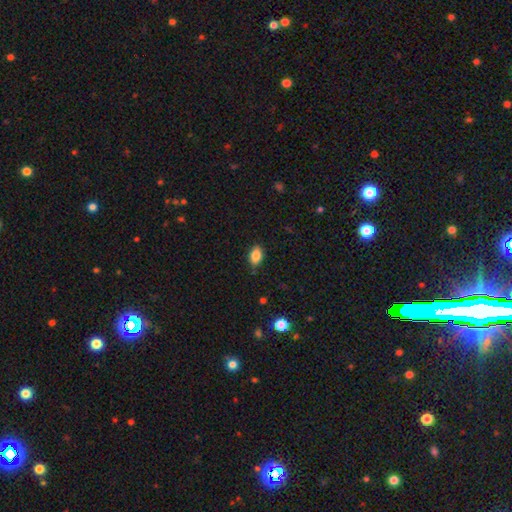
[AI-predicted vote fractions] A smooth galaxy with no disk features (84%) that is in between round and cigar-shaped (86%). Merging: none (84%).